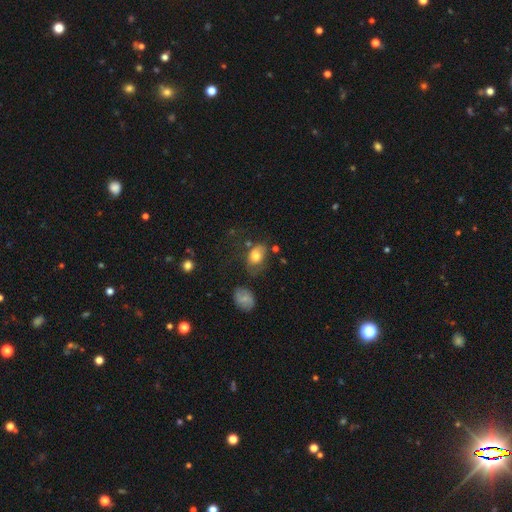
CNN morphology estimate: A smooth galaxy with no disk features (72%) that is in between round and cigar-shaped (76%). Merging: none (46%).